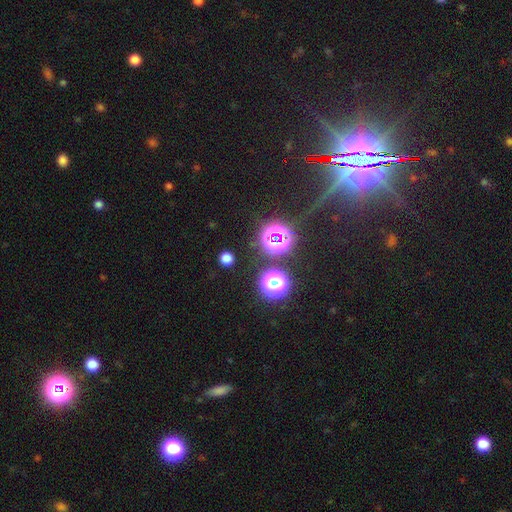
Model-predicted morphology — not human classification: This appears to be a star or artifact, not a galaxy (83%).